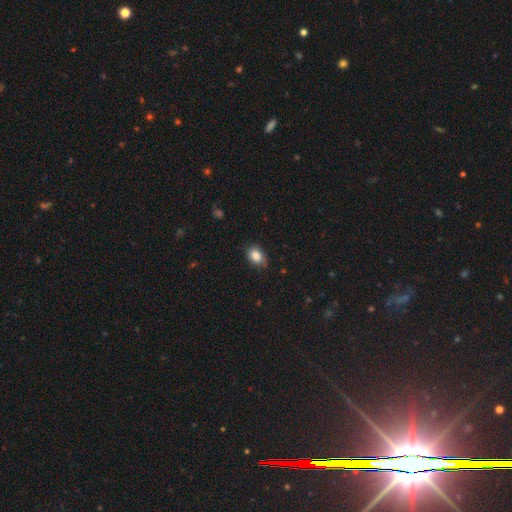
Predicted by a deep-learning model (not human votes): smooth 86%, star or artifact 9%, featured or disk 6%. Down the decision tree: how rounded — in between (70%); merging — none (71%).